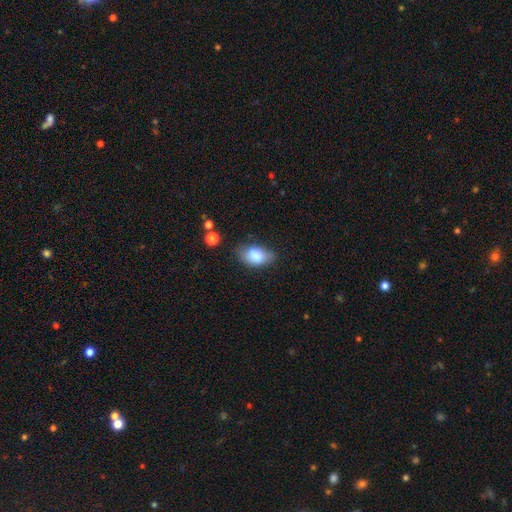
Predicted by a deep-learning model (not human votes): smooth-or-featured: smooth: 82% | featured or disk: 11% | star or artifact: 8%
  how-rounded: in between: 90% | round: 8% | cigar-shaped: 2%
  merging: none: 59% | minor disturbance: 29% | major disturbance: 8% | merger: 4%